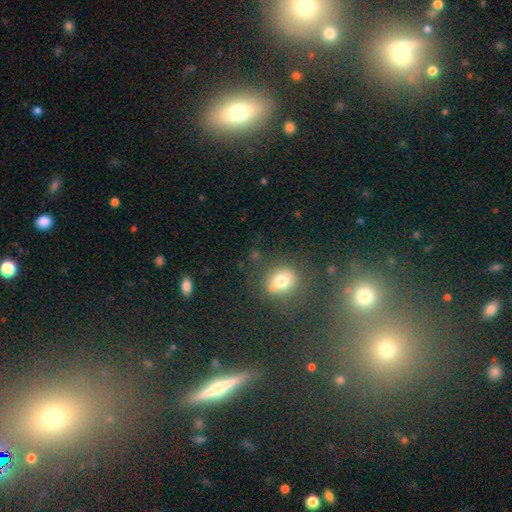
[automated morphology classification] smooth_or_featured: smooth (p=0.63) [alt: star or artifact p=0.24]
how_rounded: round (p=0.60) [alt: in between p=0.37]
merging: none (p=0.73) [alt: minor disturbance p=0.14]